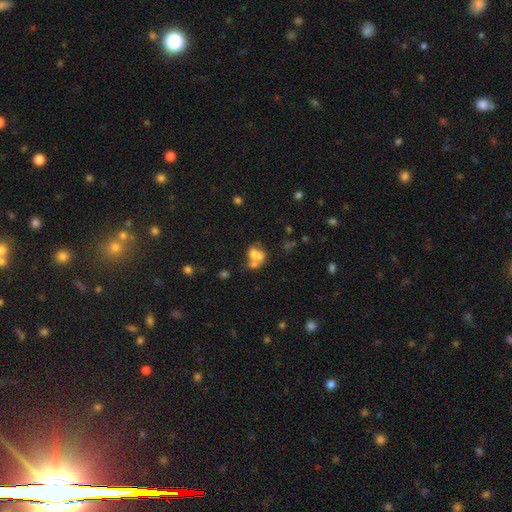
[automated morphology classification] smooth_or_featured: smooth (p=0.54) [alt: featured or disk p=0.32]
how_rounded: in between (p=0.56) [alt: round p=0.43]
merging: merger (p=0.63) [alt: none p=0.22]